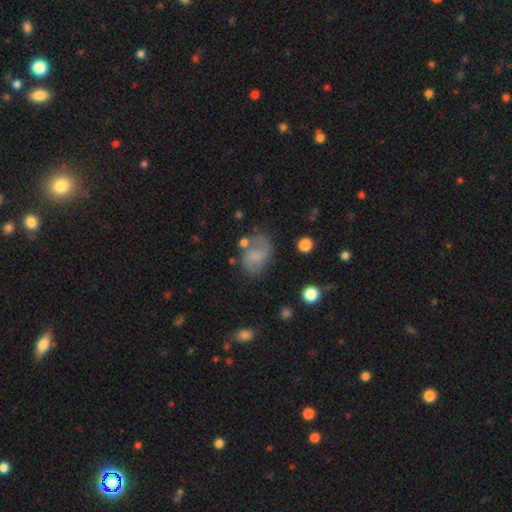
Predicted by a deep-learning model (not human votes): This is possibly a smooth galaxy (45%). Merging: possibly none (56%).